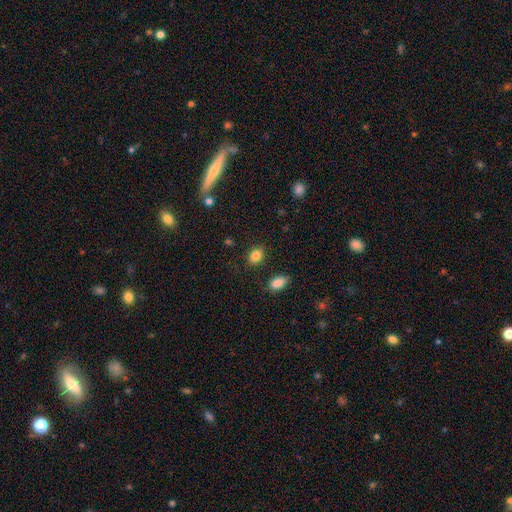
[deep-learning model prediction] smooth 85%, star or artifact 9%, featured or disk 6%. Down the decision tree: how rounded — in between (70%); merging — none (84%).